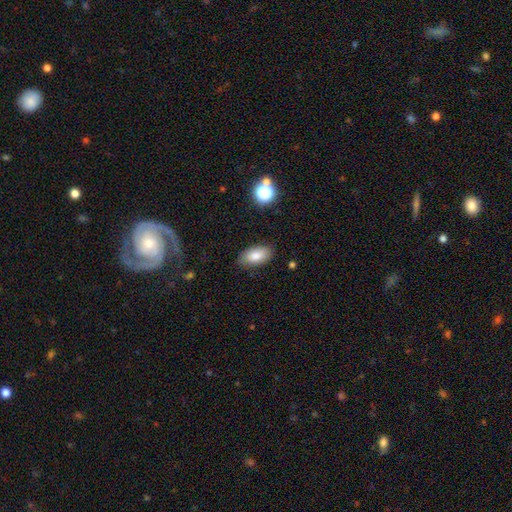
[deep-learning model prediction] Smooth or featured? Predicted: smooth (p=0.81). How rounded? Predicted: in between (p=0.92). Merging? Predicted: none (p=0.84).